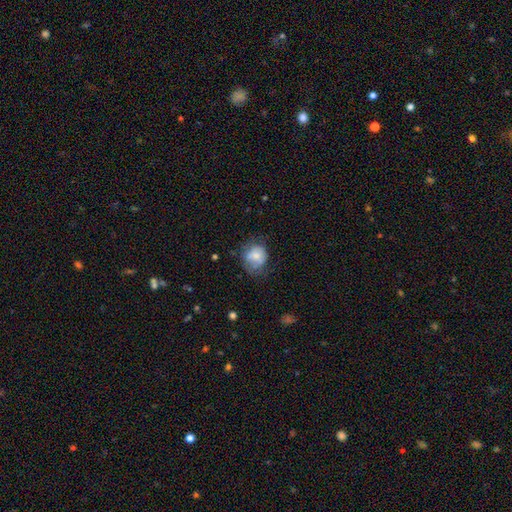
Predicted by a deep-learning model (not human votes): Morphology: type=smooth (67%); roundness=round (64%); merging=none (46%).